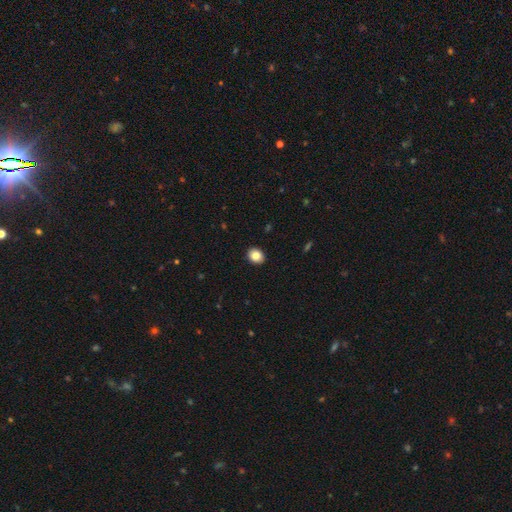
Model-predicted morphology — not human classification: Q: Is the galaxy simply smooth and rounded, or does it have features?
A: smooth — 85%.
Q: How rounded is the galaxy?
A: round — 56%.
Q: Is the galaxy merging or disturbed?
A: none — 92%.